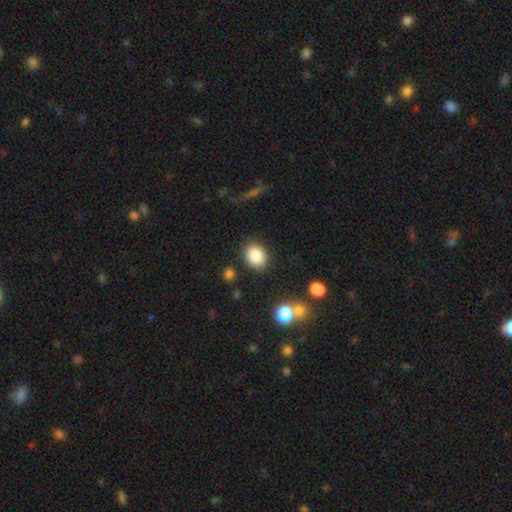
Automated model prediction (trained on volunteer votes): This is clearly a smooth galaxy (87%). How rounded: possibly in between (58%). Merging: clearly none (85%).